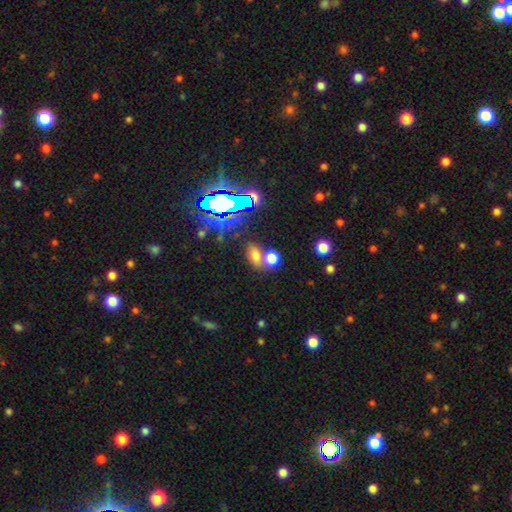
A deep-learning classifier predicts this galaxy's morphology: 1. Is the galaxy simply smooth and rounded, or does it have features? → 63% smooth, 26% star or artifact, 11% featured or disk.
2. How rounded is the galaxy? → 73% in between, 24% round, 3% cigar-shaped.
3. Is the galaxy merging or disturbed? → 50% none, 34% merger, 11% minor disturbance, 5% major disturbance.